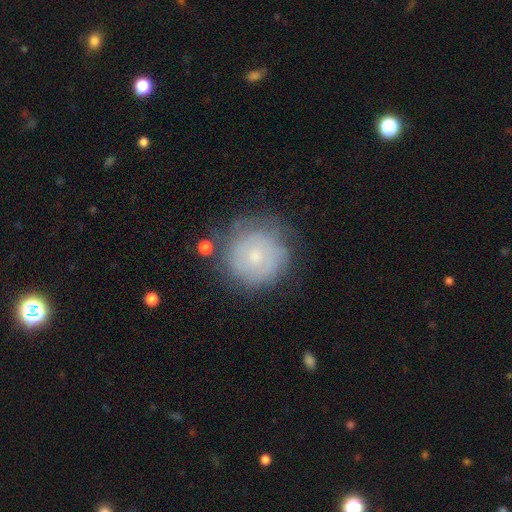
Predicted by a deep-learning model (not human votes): Smooth or featured: smooth — 46% (tied with featured or disk — 46%)
Merging: none — 71% (minor disturbance — 19%)